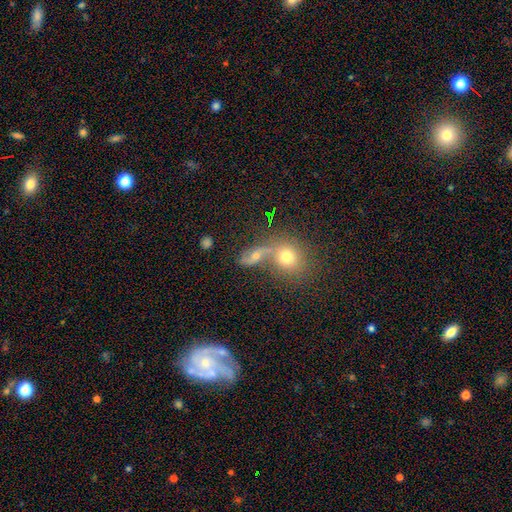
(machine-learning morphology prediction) smooth_or_featured: smooth (p=0.44) [alt: featured or disk p=0.39]
merging: merger (p=0.45) [alt: none p=0.36]